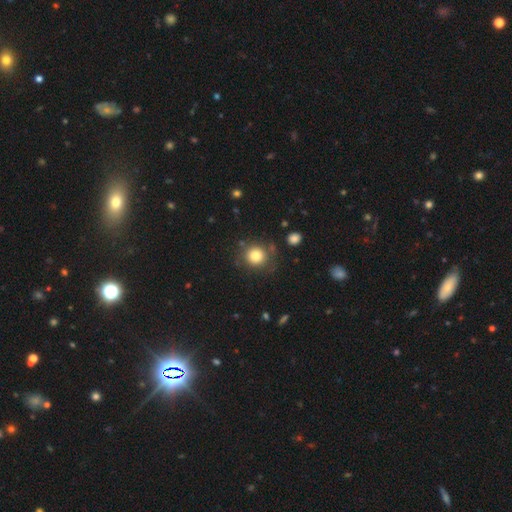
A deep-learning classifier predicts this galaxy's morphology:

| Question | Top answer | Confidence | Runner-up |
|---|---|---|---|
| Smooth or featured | smooth | 81% | star or artifact (11%) |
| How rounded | round | 90% | in between (9%) |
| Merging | none | 78% | minor disturbance (12%) |